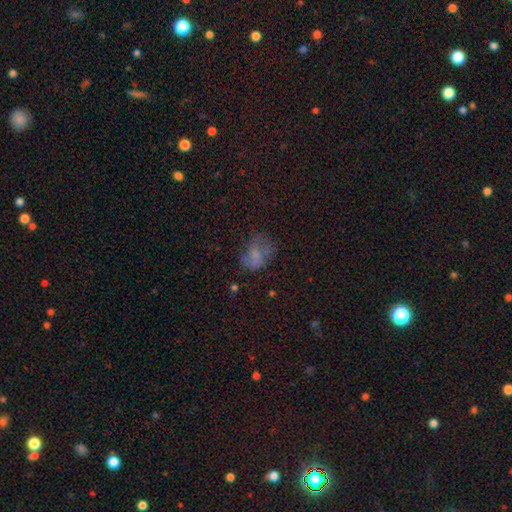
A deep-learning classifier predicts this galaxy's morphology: This appears to be a smooth galaxy with no disk features (55%) that is in between round and cigar-shaped (72%). Merging: none (42%).